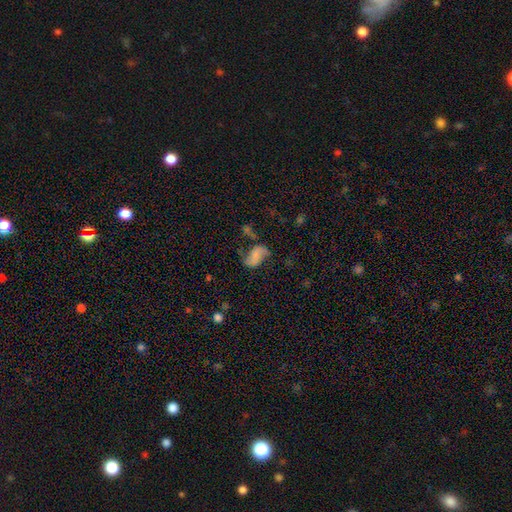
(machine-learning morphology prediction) A featured or disk galaxy (65%) with no bar (48%), 2 (90%) loose (72%) spiral arms (91%) and no central bulge (53%). Merging: none (57%).